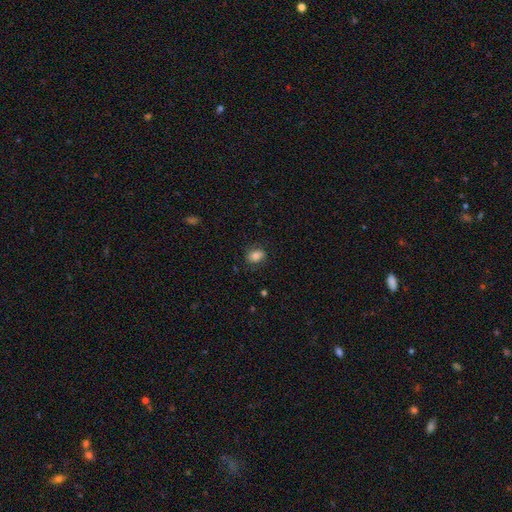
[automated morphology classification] smooth_or_featured: smooth (p=0.80) [alt: featured or disk p=0.10]
how_rounded: in between (p=0.66) [alt: round p=0.33]
merging: none (p=0.77) [alt: minor disturbance p=0.17]